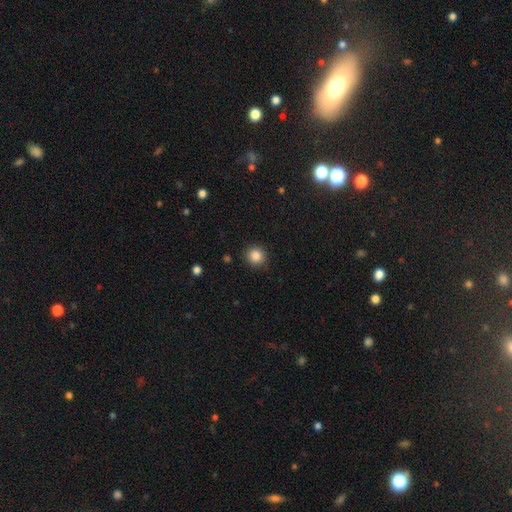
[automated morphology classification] This appears to be a smooth galaxy with no disk features (86%) that is round (92%). Merging: none (90%).